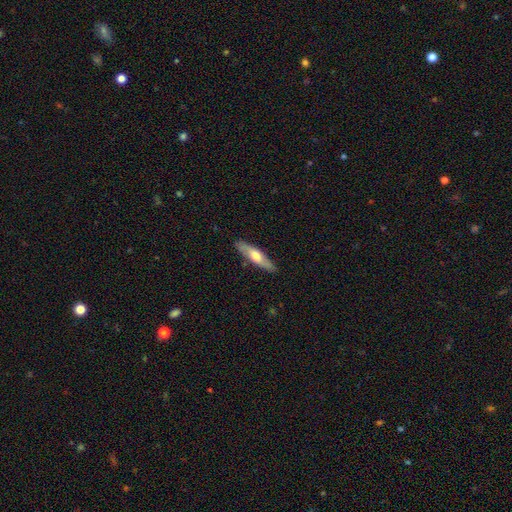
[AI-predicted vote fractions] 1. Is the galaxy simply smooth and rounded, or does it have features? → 54% smooth, 41% featured or disk, 5% star or artifact.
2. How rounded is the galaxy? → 73% cigar-shaped, 25% in between, 2% round.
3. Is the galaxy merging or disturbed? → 87% none, 10% minor disturbance, 2% major disturbance, 1% merger.